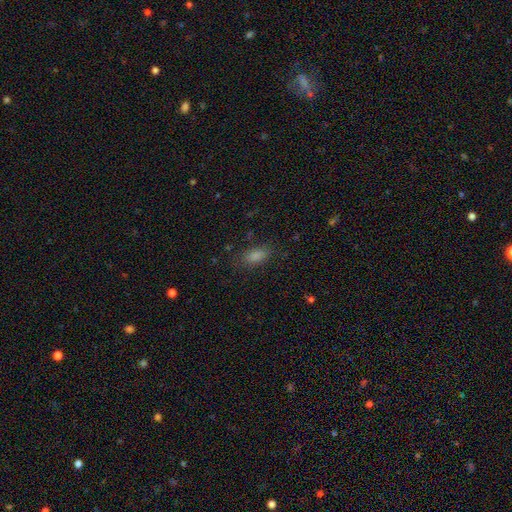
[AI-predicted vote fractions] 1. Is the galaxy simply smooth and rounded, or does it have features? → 85% smooth, 11% star or artifact, 5% featured or disk.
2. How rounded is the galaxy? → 87% in between, 8% cigar-shaped, 4% round.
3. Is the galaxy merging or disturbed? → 81% none, 13% minor disturbance, 5% major disturbance, 1% merger.